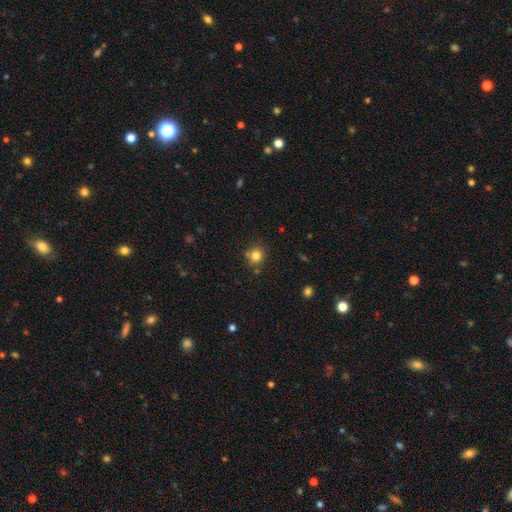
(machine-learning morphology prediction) type=smooth (81%); roundness=round (86%); merging=none (76%).